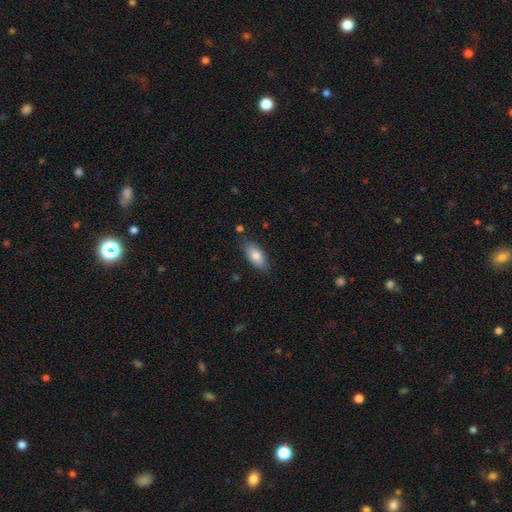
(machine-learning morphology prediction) smooth-or-featured: smooth: 80% | featured or disk: 13% | star or artifact: 7%
  how-rounded: in between: 89% | cigar-shaped: 8% | round: 3%
  merging: none: 81% | minor disturbance: 15% | major disturbance: 3% | merger: 2%